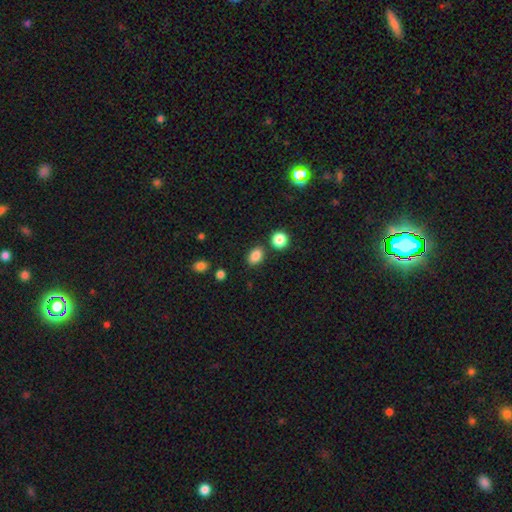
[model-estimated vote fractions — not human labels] Smooth or featured? smooth (85%)
How rounded? in between (77%)
Merging? none (80%)